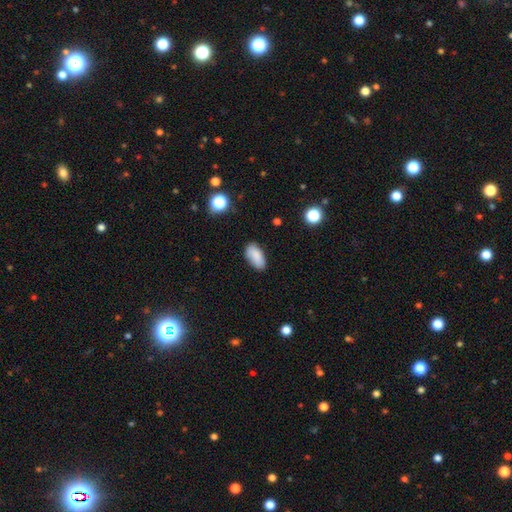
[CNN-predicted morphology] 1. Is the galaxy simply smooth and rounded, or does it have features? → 86% smooth, 8% star or artifact, 6% featured or disk.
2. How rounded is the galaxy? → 92% in between, 5% cigar-shaped, 3% round.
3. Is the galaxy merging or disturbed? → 78% none, 17% minor disturbance, 3% major disturbance, 2% merger.